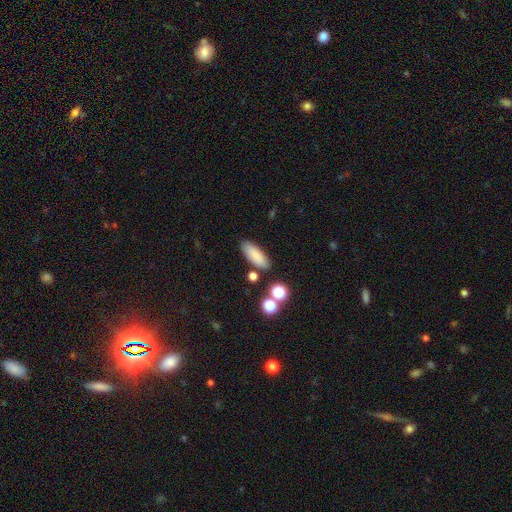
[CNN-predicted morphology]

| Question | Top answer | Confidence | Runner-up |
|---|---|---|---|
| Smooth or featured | smooth | 83% | star or artifact (9%) |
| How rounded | in between | 71% | cigar-shaped (27%) |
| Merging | none | 82% | minor disturbance (11%) |